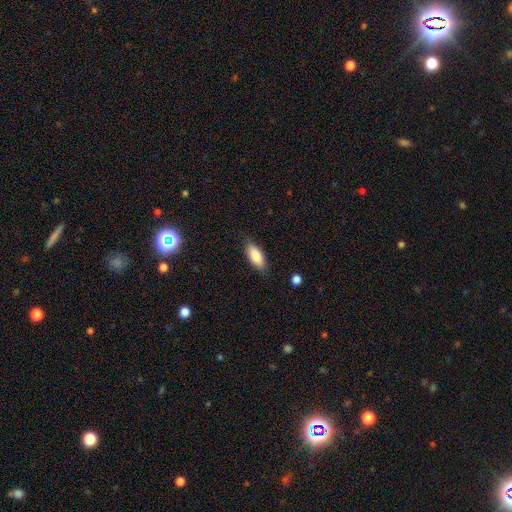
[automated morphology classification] Smooth or featured? smooth (84%)
How rounded? in between (82%)
Merging? none (82%)